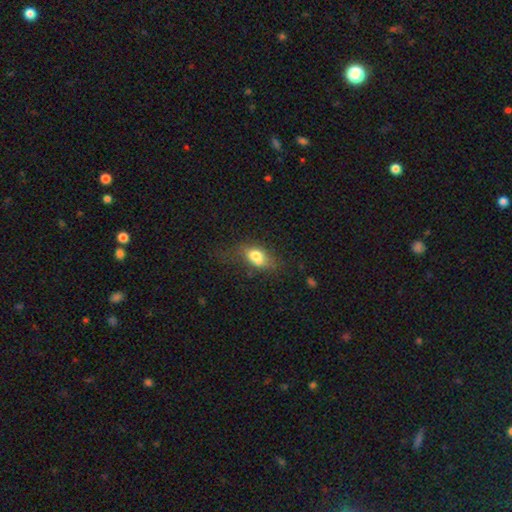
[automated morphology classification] This is likely a smooth galaxy (71%). How rounded: likely in between (78%). Merging: marginally none (37%).